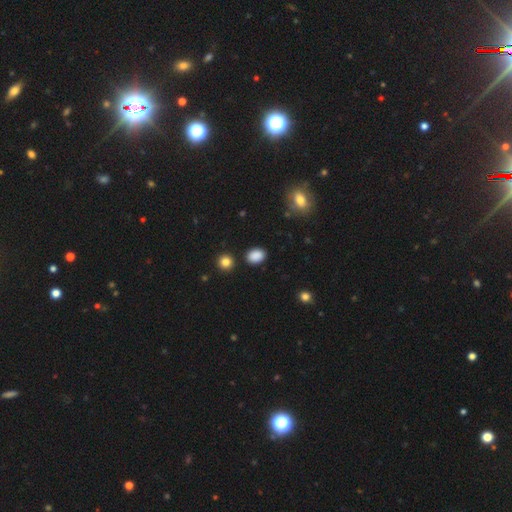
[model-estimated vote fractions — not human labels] smooth-or-featured: smooth: 87% | star or artifact: 9% | featured or disk: 3%
  how-rounded: in between: 75% | round: 24% | cigar-shaped: 1%
  merging: none: 86% | minor disturbance: 9% | major disturbance: 2% | merger: 2%